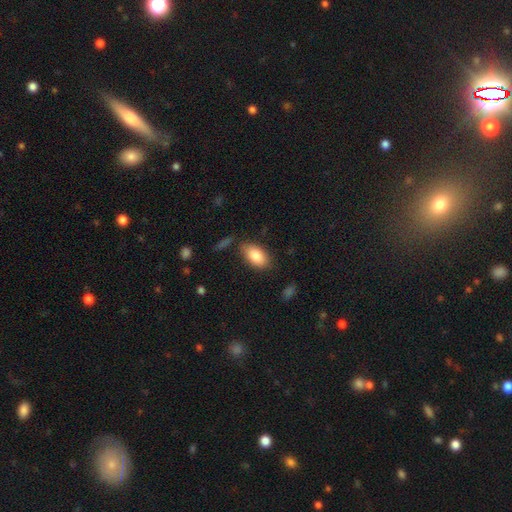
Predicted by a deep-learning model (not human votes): smooth-or-featured: smooth: 86% | featured or disk: 8% | star or artifact: 6%
  how-rounded: in between: 93% | round: 4% | cigar-shaped: 3%
  merging: none: 77% | minor disturbance: 15% | major disturbance: 4% | merger: 4%